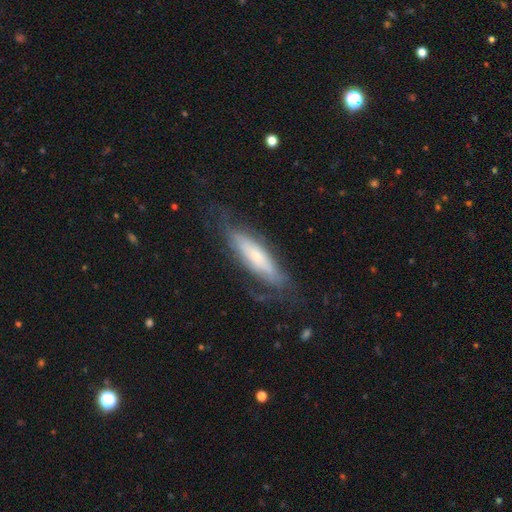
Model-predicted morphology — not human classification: This appears to be a featured or disk galaxy (54%). Merging: none (66%).